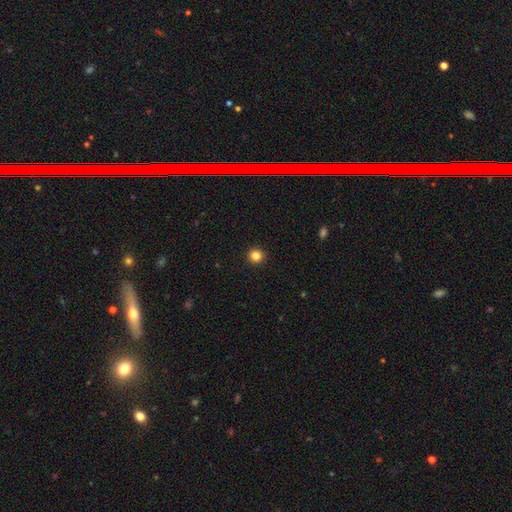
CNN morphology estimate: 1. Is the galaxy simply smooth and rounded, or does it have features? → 84% smooth, 12% star or artifact, 4% featured or disk.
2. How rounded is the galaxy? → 94% round, 5% in between, 1% cigar-shaped.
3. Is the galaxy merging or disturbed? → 94% none, 4% minor disturbance, 1% major disturbance, 1% merger.